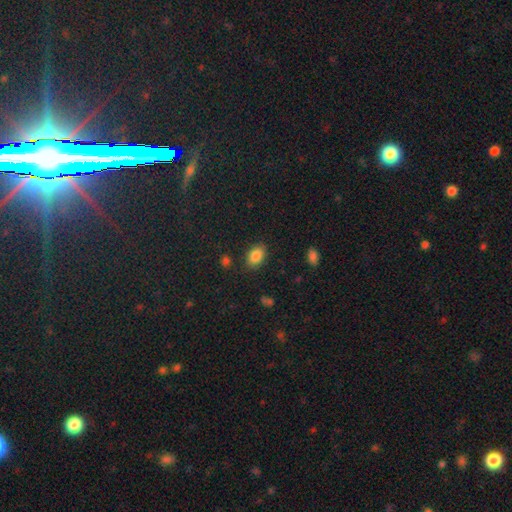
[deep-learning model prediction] Q: Smooth or featured?
A: smooth (85%); runner-up: star or artifact (9%)
Q: How rounded?
A: in between (86%); runner-up: round (13%)
Q: Merging?
A: none (84%); runner-up: minor disturbance (11%)